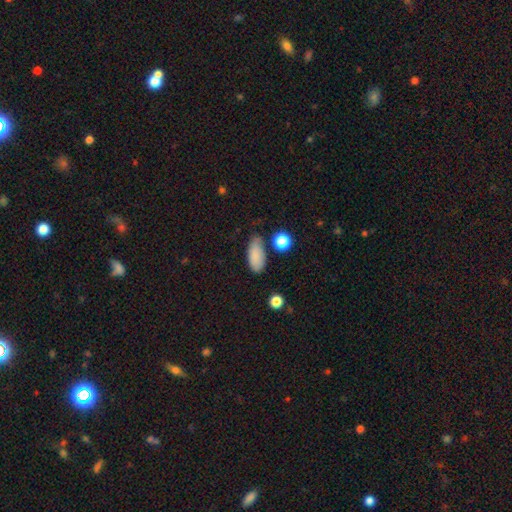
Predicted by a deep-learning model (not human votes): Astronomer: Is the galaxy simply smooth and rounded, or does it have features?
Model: smooth — 85%.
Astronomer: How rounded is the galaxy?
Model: in between — 85%.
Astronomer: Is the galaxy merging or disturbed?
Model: none — 66%.